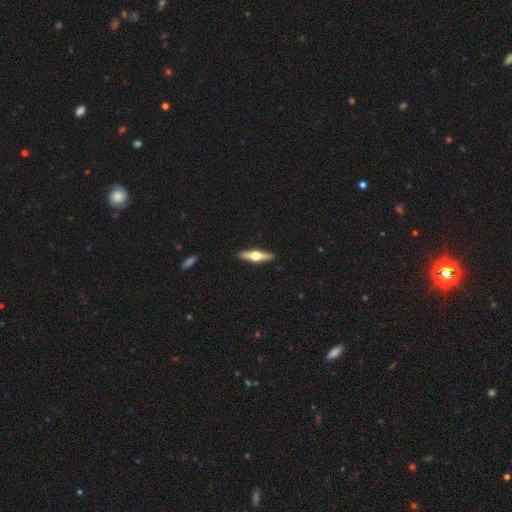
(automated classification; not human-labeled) Smooth or featured: featured or disk — 70% (smooth — 25%)
Edge-on disk: yes — 97% (no — 3%)
Edge-on bulge: rounded — 96% (boxy — 3%)
Merging: none — 92% (minor disturbance — 6%)